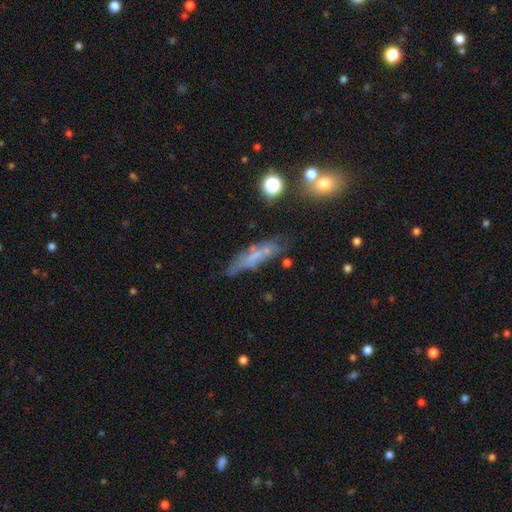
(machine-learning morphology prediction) smooth-or-featured: smooth: 44% | featured or disk: 43% | star or artifact: 13%
  merging: none: 56% | minor disturbance: 25% | major disturbance: 12% | merger: 7%